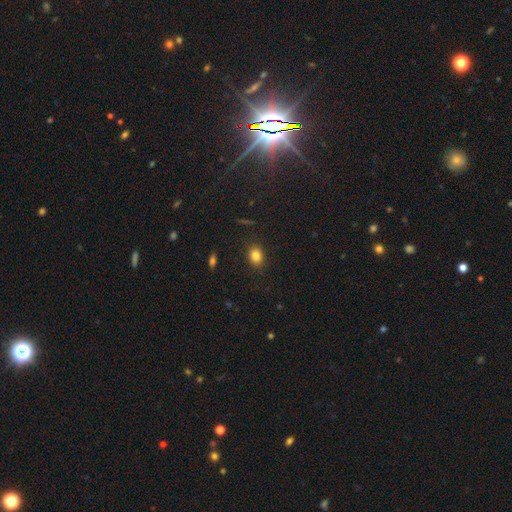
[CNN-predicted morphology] This appears to be a smooth galaxy with no disk features (83%) that is in between round and cigar-shaped (56%). Merging: none (87%).